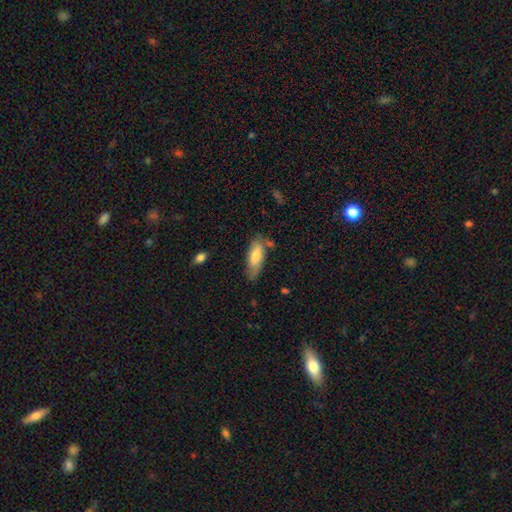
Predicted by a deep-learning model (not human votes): This appears to be a smooth galaxy with no disk features (73%) that is in between round and cigar-shaped (69%). Merging: none (65%).